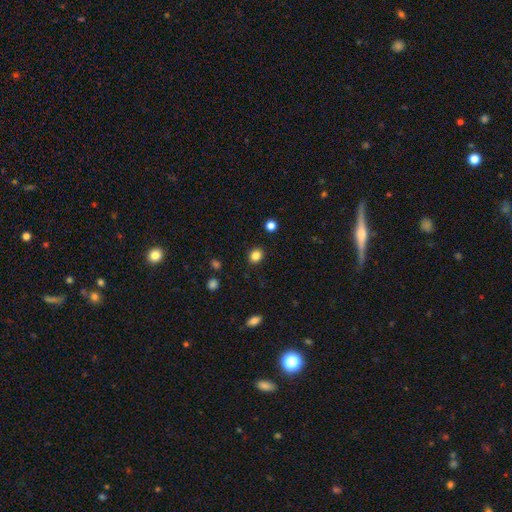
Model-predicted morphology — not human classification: The model was most divided on "how rounded": round: 73%, in between: 26%, cigar-shaped: 1%. More confident: merging — none (89%); smooth or featured — smooth (84%).